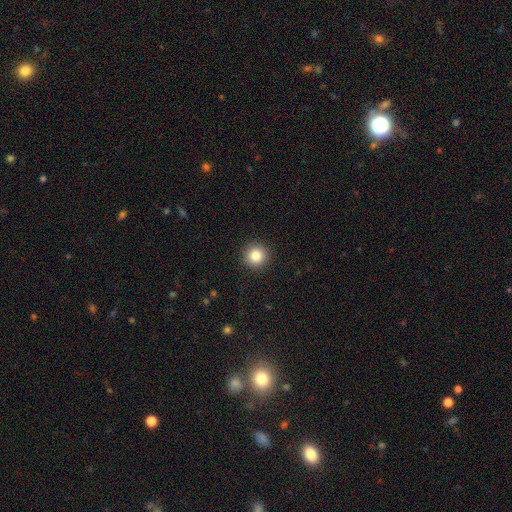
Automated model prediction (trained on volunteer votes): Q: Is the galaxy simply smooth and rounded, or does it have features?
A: smooth — 84%.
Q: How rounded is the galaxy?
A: round — 95%.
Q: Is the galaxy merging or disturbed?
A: none — 92%.